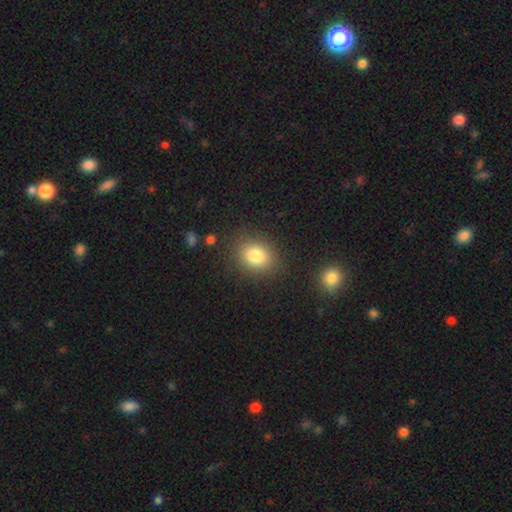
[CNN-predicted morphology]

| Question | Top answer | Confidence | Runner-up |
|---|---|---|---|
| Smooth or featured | smooth | 83% | star or artifact (10%) |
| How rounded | round | 54% | in between (45%) |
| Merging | none | 85% | minor disturbance (9%) |